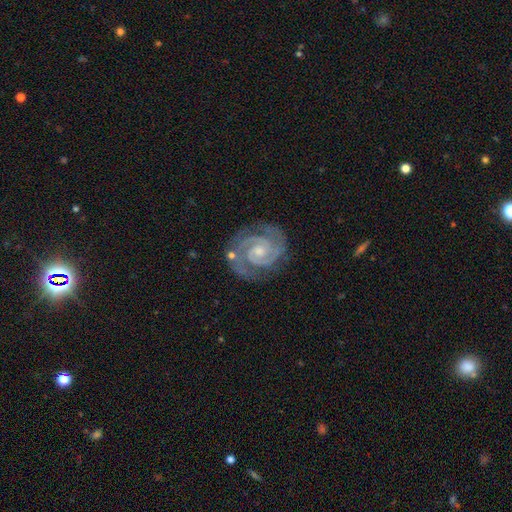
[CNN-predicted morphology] Overall: featured or disk (87%). Edge-on disk: no (98%). Bar: no (58%; weak 31%). Spiral arms: yes (98%). Spiral arm count: 2 (62%). Spiral winding: tight (70%). Bulge size: small (61%; moderate 34%). Merging: none (81%).